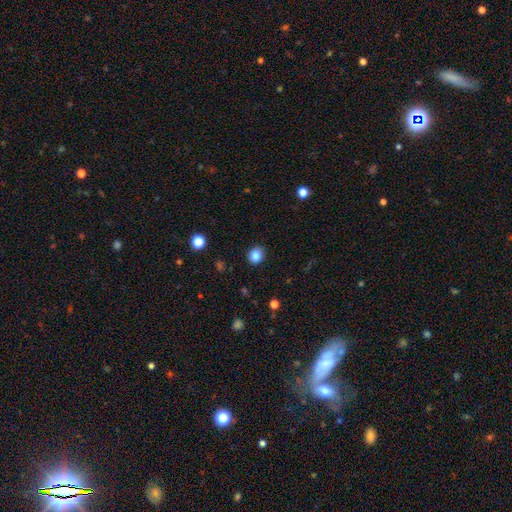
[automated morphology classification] smooth_or_featured: smooth (p=0.85) [alt: star or artifact p=0.11]
how_rounded: round (p=0.69) [alt: in between p=0.31]
merging: none (p=0.89) [alt: minor disturbance p=0.08]